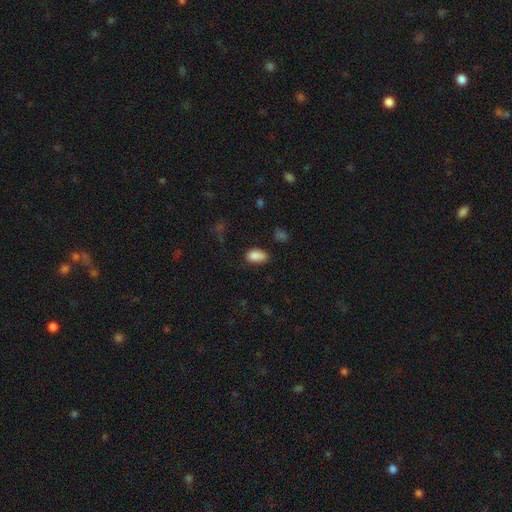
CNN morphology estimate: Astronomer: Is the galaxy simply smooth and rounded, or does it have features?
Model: smooth — 87%.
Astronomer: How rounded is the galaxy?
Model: in between — 93%.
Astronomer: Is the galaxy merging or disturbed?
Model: none — 69%.